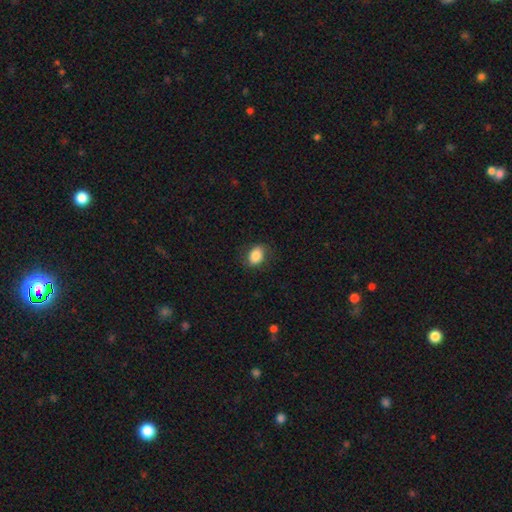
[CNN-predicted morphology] The model was most divided on "how rounded": in between: 74%, round: 25%, cigar-shaped: 1%. More confident: smooth or featured — smooth (85%); merging — none (80%).